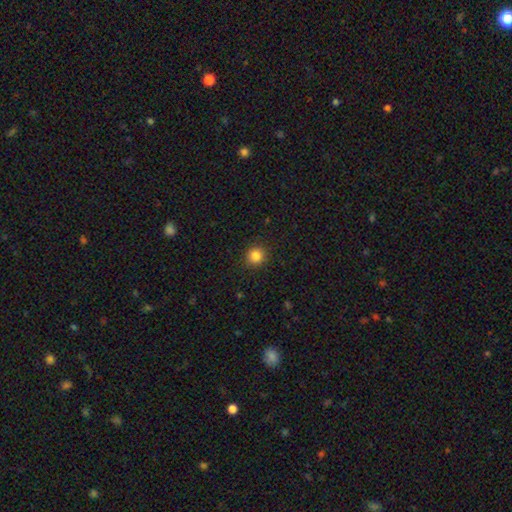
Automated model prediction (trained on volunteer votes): smooth_or_featured: smooth (p=0.84) [alt: star or artifact p=0.11]
how_rounded: round (p=0.91) [alt: in between p=0.09]
merging: none (p=0.91) [alt: minor disturbance p=0.06]